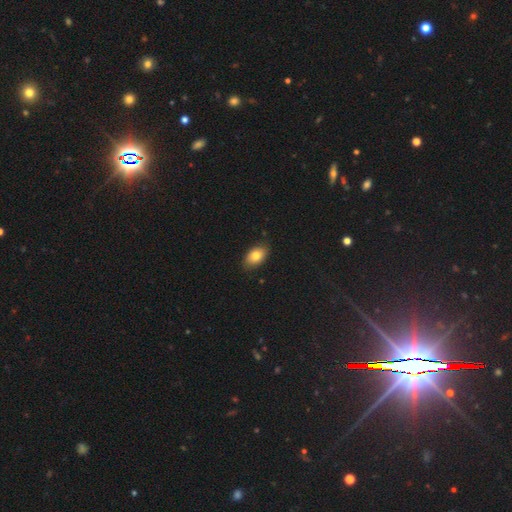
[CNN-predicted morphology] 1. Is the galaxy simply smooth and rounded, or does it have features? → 81% smooth, 11% featured or disk, 8% star or artifact.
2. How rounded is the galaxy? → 90% in between, 8% round, 2% cigar-shaped.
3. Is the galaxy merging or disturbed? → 85% none, 12% minor disturbance, 2% major disturbance, 1% merger.